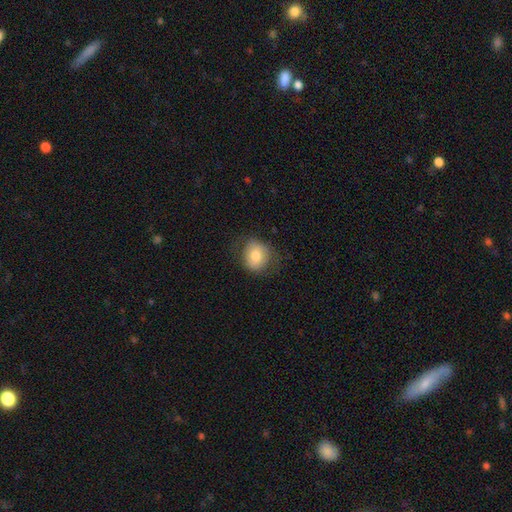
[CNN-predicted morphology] A smooth galaxy with no disk features (75%) that is round (71%).

Vote fractions:
- Smooth or featured? smooth: 75% / featured or disk: 17% / star or artifact: 8%
- How rounded? round: 71% / in between: 28% / cigar-shaped: 1%
- Merging? none: 74% / minor disturbance: 18% / major disturbance: 7% / merger: 1%